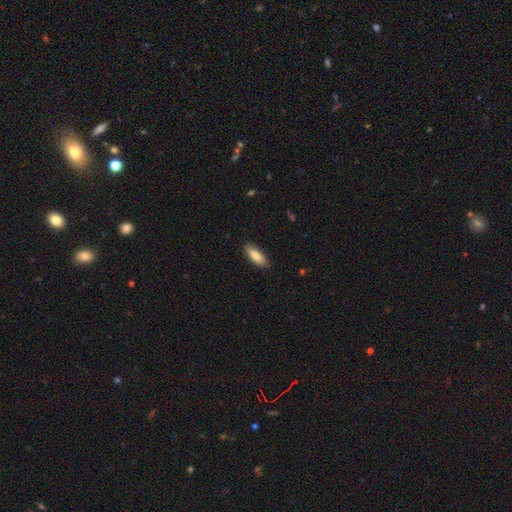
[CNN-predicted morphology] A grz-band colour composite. It shows a smooth galaxy with no disk features (81%) that is in between round and cigar-shaped (61%). Merging: none (88%).